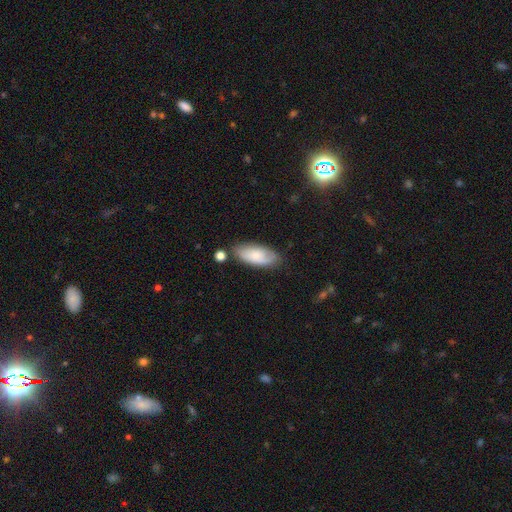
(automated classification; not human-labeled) Smooth or featured? smooth (69%)
How rounded? in between (86%)
Merging? none (68%)